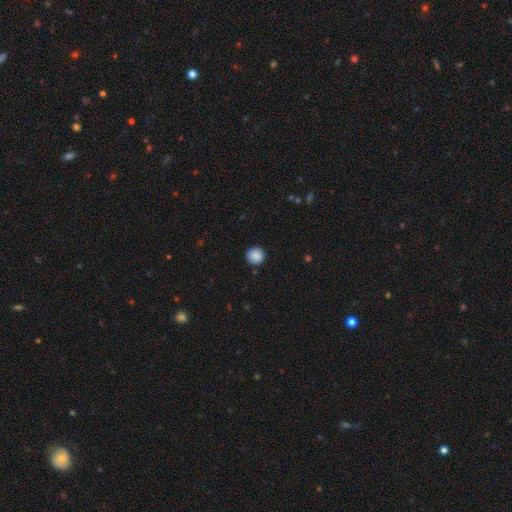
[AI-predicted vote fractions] This is clearly a smooth galaxy (87%). How rounded: clearly round (94%). Merging: clearly none (89%).